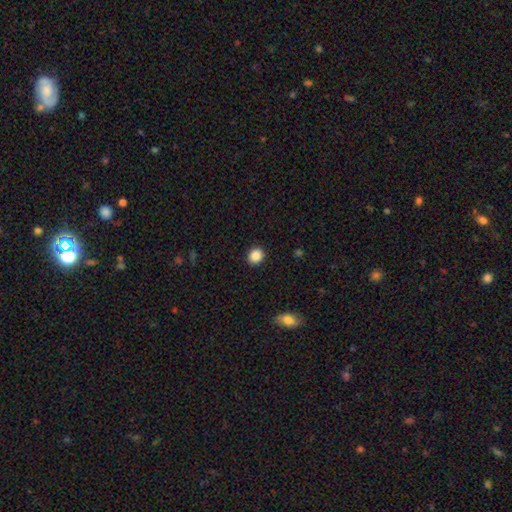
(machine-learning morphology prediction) This is clearly a smooth galaxy (88%). How rounded: likely round (75%). Merging: clearly none (91%).